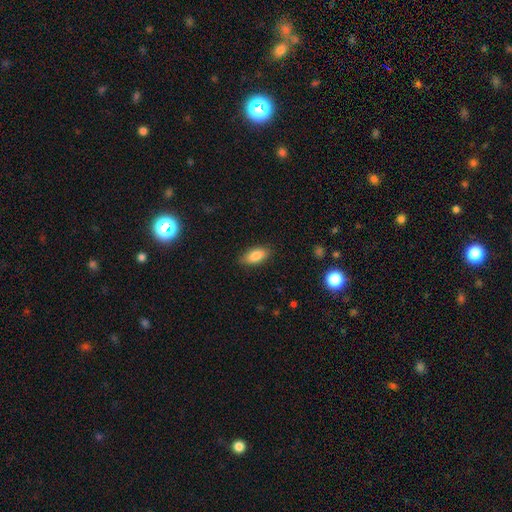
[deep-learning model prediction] Overall: smooth (85%). How rounded: in between (87%). Merging: none (85%).